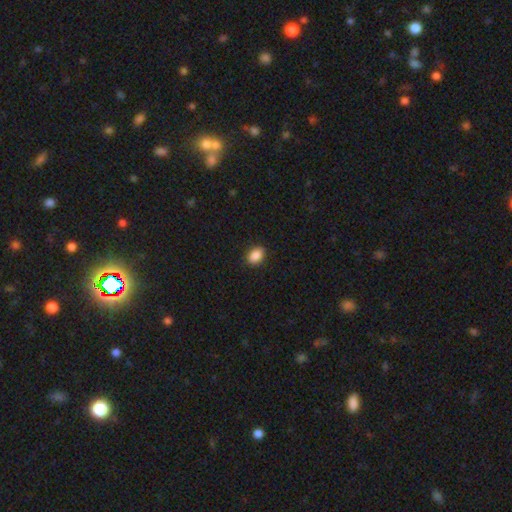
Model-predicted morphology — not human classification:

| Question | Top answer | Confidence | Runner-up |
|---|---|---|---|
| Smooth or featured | smooth | 89% | star or artifact (8%) |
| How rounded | in between | 79% | round (19%) |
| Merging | none | 89% | minor disturbance (8%) |